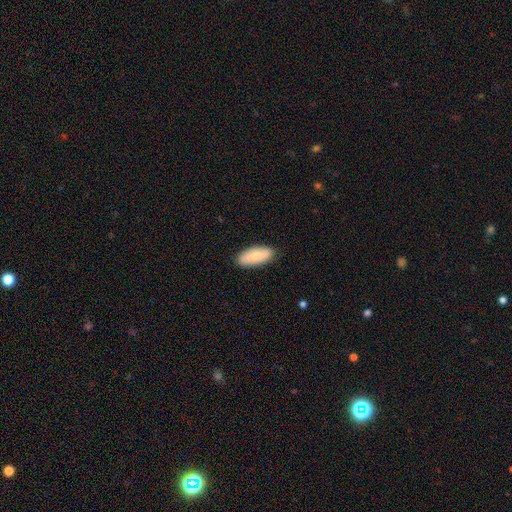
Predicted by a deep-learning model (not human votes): The model was most divided on "smooth or featured": smooth: 75%, featured or disk: 19%, star or artifact: 6%. More confident: merging — none (87%); how rounded — in between (84%).